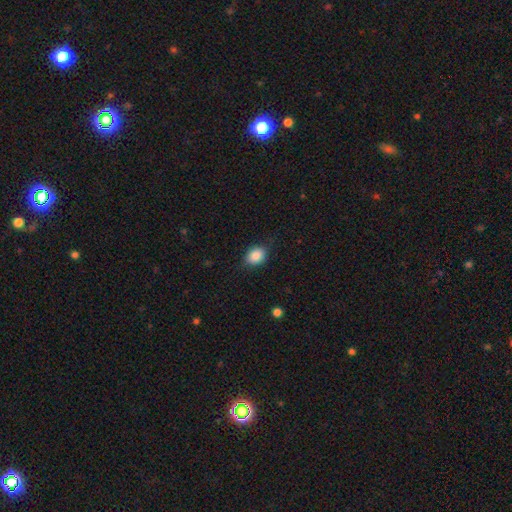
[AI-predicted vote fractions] Smooth or featured?
  - smooth: 87% *
  - star or artifact: 8%
  - featured or disk: 5%
How rounded?
  - in between: 58% *
  - round: 41%
  - cigar-shaped: 1%
Merging?
  - none: 80% *
  - minor disturbance: 16%
  - major disturbance: 4%
  - merger: 1%